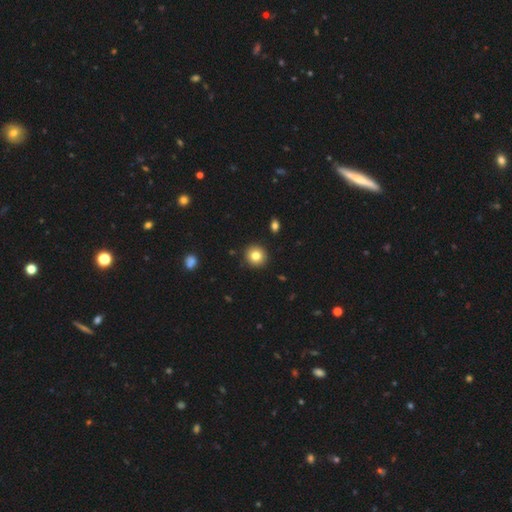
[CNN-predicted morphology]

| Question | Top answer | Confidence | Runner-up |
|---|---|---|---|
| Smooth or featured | smooth | 81% | star or artifact (10%) |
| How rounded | round | 93% | in between (6%) |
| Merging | none | 92% | minor disturbance (5%) |